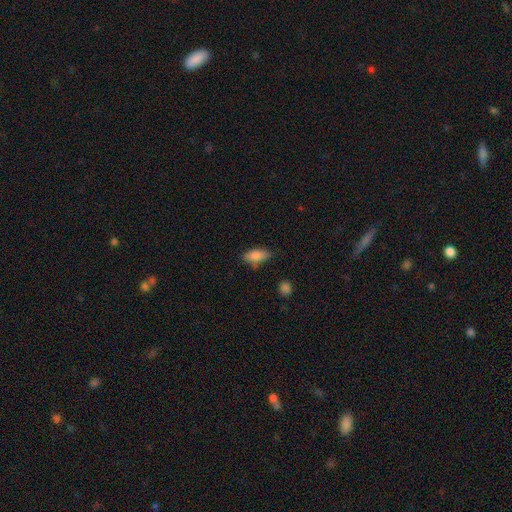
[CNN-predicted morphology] smooth-or-featured: smooth: 83% | featured or disk: 10% | star or artifact: 7%
  how-rounded: in between: 86% | cigar-shaped: 10% | round: 3%
  merging: none: 68% | minor disturbance: 24% | major disturbance: 5% | merger: 3%